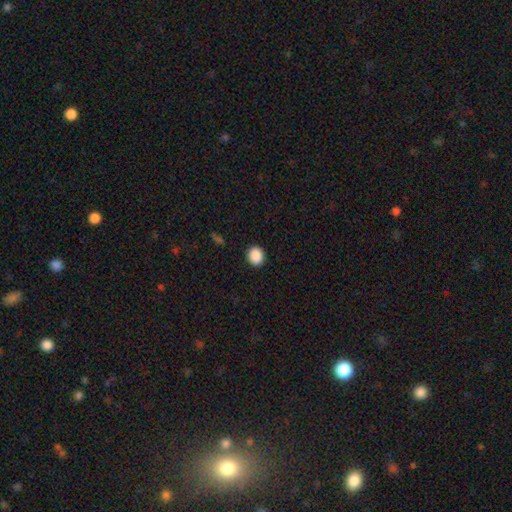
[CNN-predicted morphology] This appears to be a smooth galaxy with no disk features (89%) that is round (76%). Merging: none (92%).